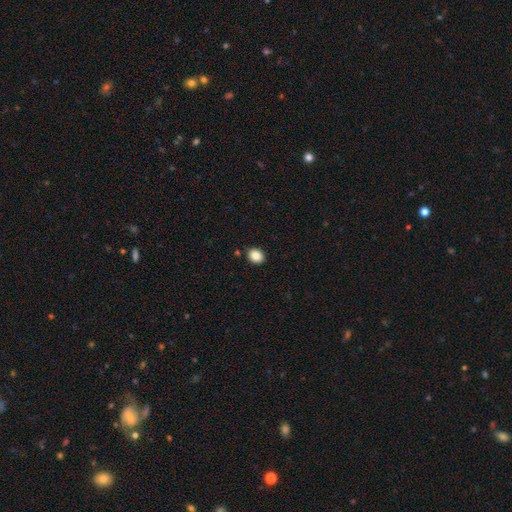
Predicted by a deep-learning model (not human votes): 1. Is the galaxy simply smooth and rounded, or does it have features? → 87% smooth, 9% star or artifact, 4% featured or disk.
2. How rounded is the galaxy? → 52% round, 47% in between, 1% cigar-shaped.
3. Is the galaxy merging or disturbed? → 88% none, 8% minor disturbance, 2% merger, 2% major disturbance.